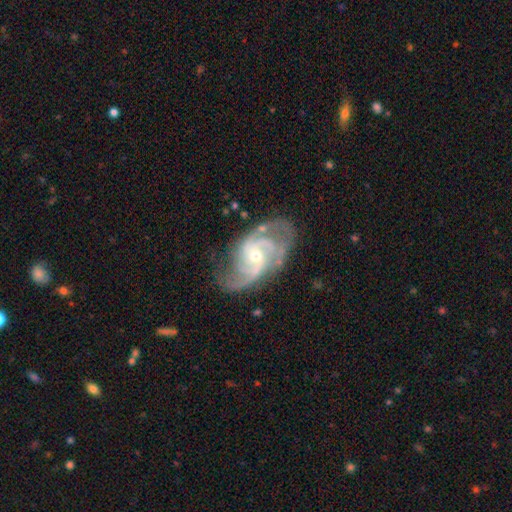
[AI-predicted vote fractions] Morphology: type=featured or disk (92%); edge-on=no (97%); bar=no (58%); spiral arms=yes (98%); winding=medium (52%); arm count=2 (45%); bulge=small (57%); merging=none (68%).